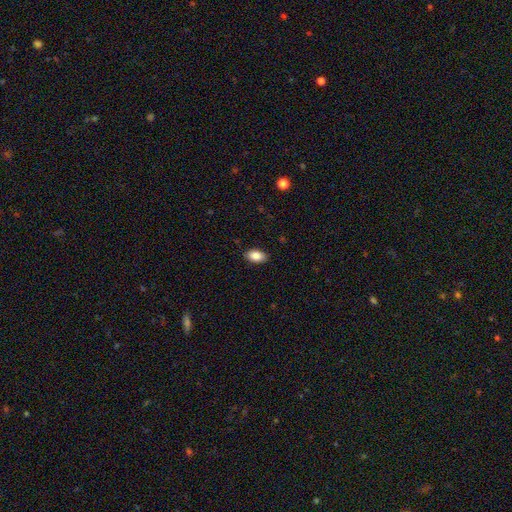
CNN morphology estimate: smooth_or_featured: smooth (p=0.87) [alt: star or artifact p=0.07]
how_rounded: in between (p=0.92) [alt: round p=0.06]
merging: none (p=0.88) [alt: minor disturbance p=0.09]